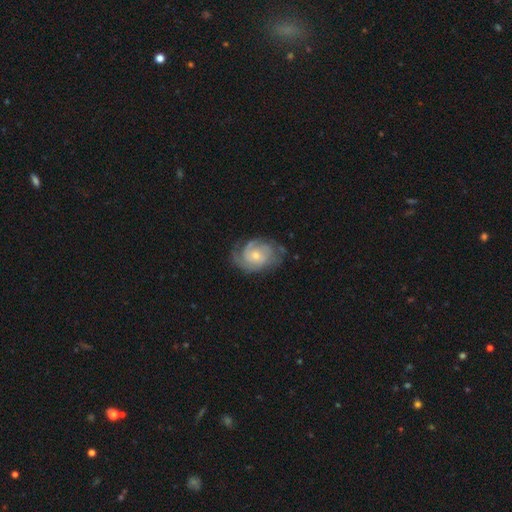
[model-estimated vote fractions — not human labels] featured or disk 78%, smooth 16%, star or artifact 5%. Down the decision tree: edge-on disk — no (97%); bar — no (72%); spiral arms — yes (92%); spiral arm count — can't tell (31%); spiral winding — tight (54%); bulge size — small (55%); merging — none (63%).